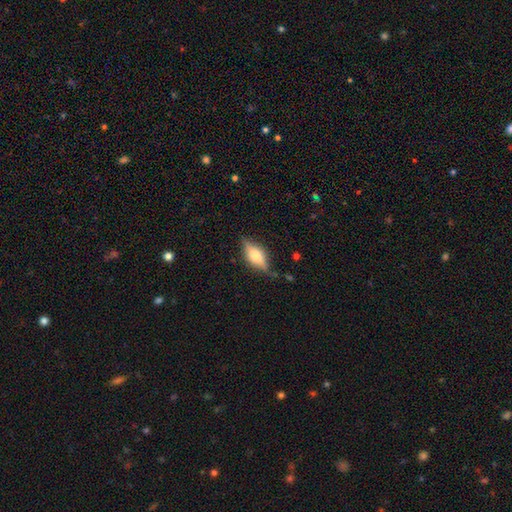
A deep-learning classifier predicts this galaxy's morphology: Smooth or featured: featured or disk — 55% (smooth — 37%)
Edge-on disk: yes — 92% (no — 8%)
Edge-on bulge: rounded — 84% (boxy — 14%)
Merging: none — 77% (minor disturbance — 17%)